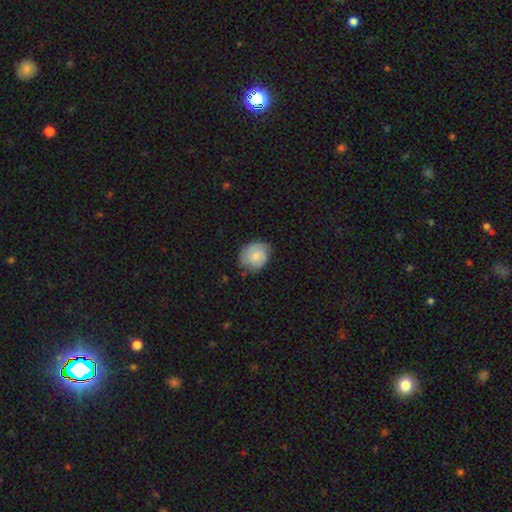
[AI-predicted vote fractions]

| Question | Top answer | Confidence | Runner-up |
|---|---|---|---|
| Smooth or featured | smooth | 52% | featured or disk (41%) |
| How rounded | round | 60% | in between (39%) |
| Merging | none | 70% | minor disturbance (23%) |